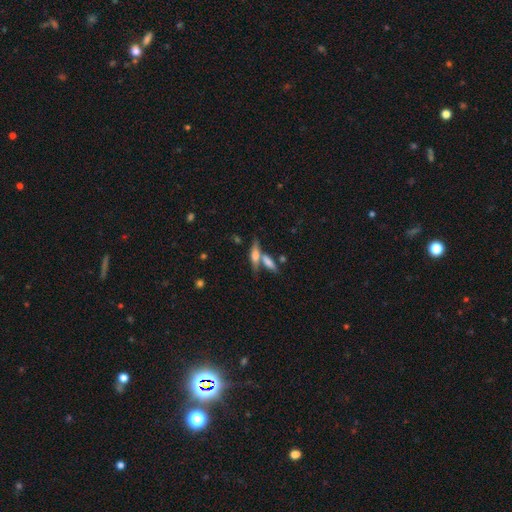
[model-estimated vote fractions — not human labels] Q: Smooth or featured?
A: smooth (53%); runner-up: featured or disk (37%)
Q: How rounded?
A: cigar-shaped (59%); runner-up: in between (37%)
Q: Merging?
A: none (48%); runner-up: merger (38%)